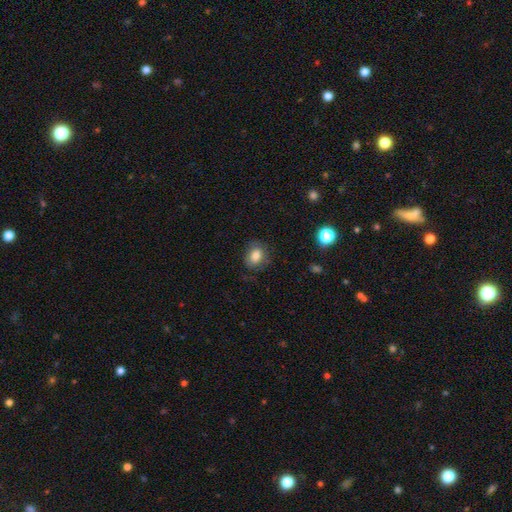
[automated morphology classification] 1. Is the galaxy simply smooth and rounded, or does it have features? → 78% smooth, 13% featured or disk, 10% star or artifact.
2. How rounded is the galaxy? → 59% in between, 39% round, 1% cigar-shaped.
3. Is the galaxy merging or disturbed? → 74% none, 18% minor disturbance, 7% major disturbance, 1% merger.